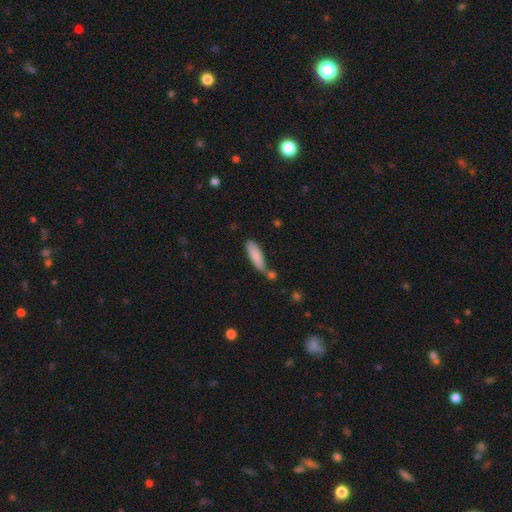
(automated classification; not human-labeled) Smooth or featured? Predicted: smooth (p=0.83). How rounded? Predicted: cigar-shaped (p=0.62). Merging? Predicted: none (p=0.53).